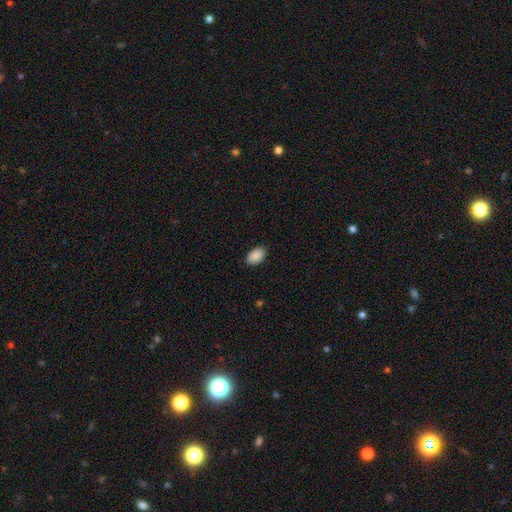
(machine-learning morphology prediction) Smooth or featured?
  - smooth: 90% *
  - star or artifact: 7%
  - featured or disk: 3%
How rounded?
  - in between: 90% *
  - round: 9%
  - cigar-shaped: 1%
Merging?
  - none: 86% *
  - minor disturbance: 10%
  - major disturbance: 2%
  - merger: 1%